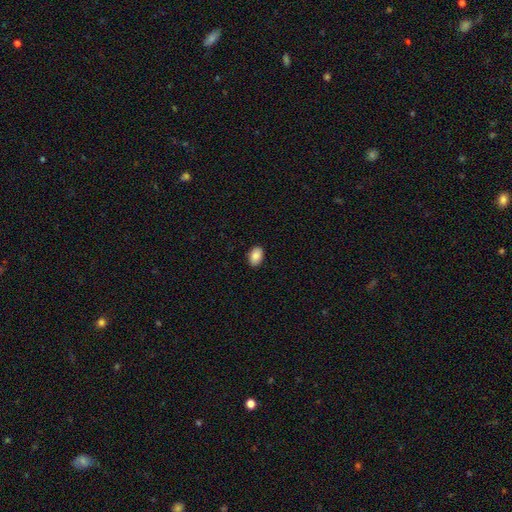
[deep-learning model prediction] Morphology: type=smooth (89%); roundness=in between (90%); merging=none (90%).